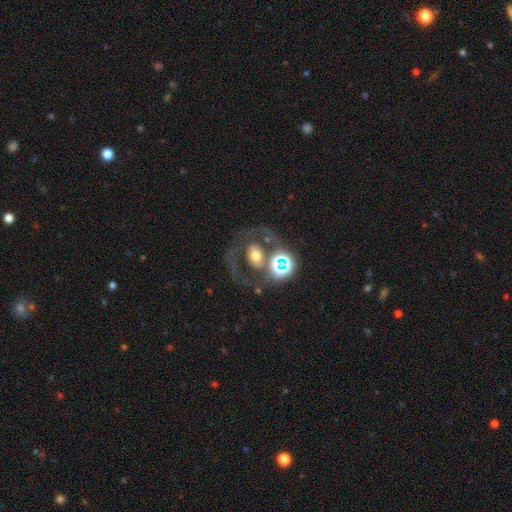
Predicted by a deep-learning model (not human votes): Smooth or featured?
  - featured or disk: 46% *
  - smooth: 36%
  - star or artifact: 18%
Merging?
  - none: 53% *
  - major disturbance: 21%
  - minor disturbance: 14%
  - merger: 13%